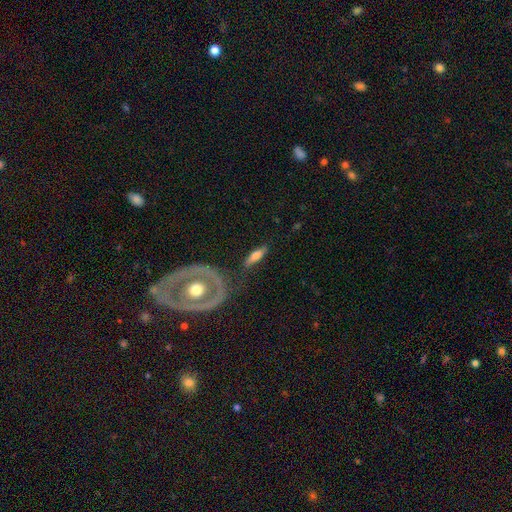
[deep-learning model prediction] Q: Smooth or featured?
A: smooth (51%); runner-up: featured or disk (43%)
Q: How rounded?
A: cigar-shaped (54%); runner-up: in between (41%)
Q: Merging?
A: none (75%); runner-up: minor disturbance (14%)